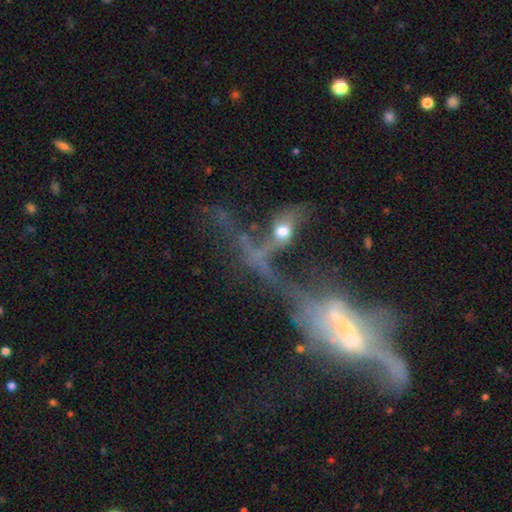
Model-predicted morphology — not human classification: A featured or disk galaxy (63%). Merging: merger (53%).